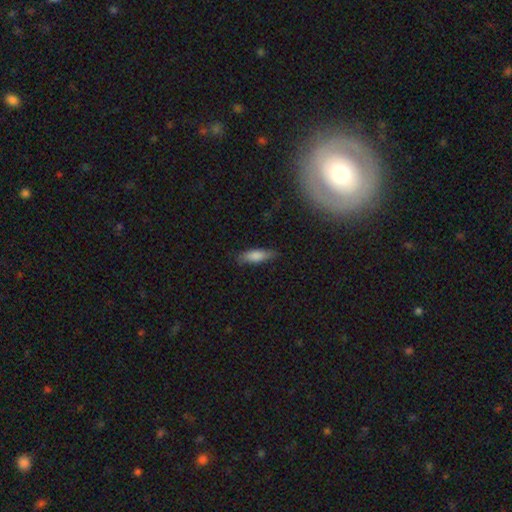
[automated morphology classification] A smooth galaxy with no disk features (78%) that is cigar-shaped (50%).

Vote fractions:
- Smooth or featured? smooth: 78% / featured or disk: 15% / star or artifact: 7%
- How rounded? cigar-shaped: 50% / in between: 48% / round: 2%
- Merging? none: 81% / minor disturbance: 15% / major disturbance: 3% / merger: 1%